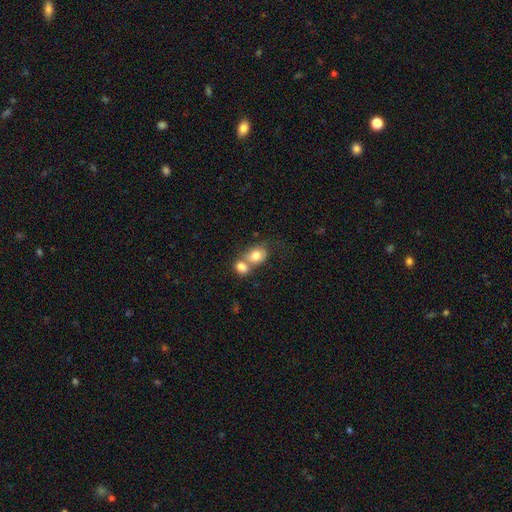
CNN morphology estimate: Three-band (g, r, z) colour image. It shows a smooth galaxy with no disk features (79%) that is in between round and cigar-shaped (52%). Merging: merger (60%).